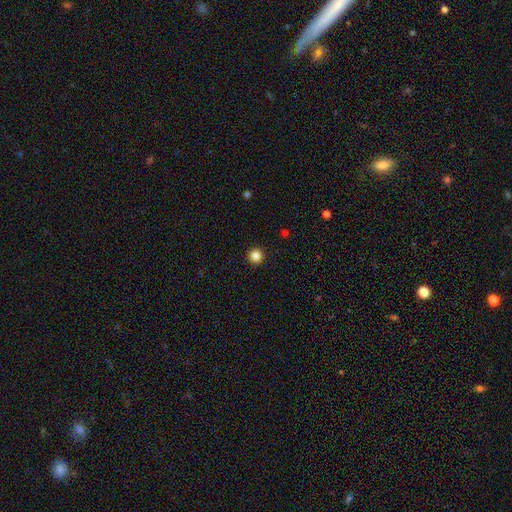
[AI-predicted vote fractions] Overall: smooth (85%). How rounded: round (96%). Merging: none (94%).